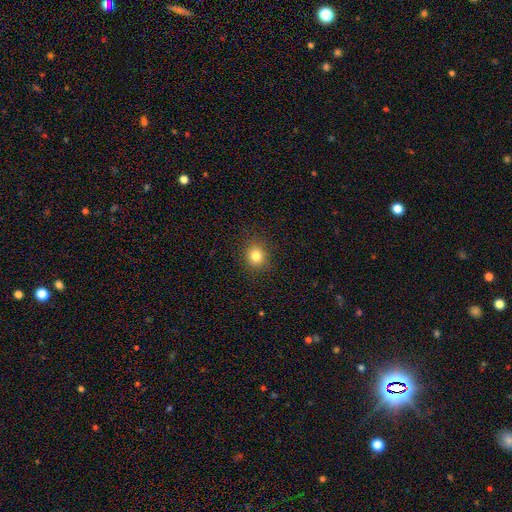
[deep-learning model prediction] smooth_or_featured: smooth (p=0.81) [alt: star or artifact p=0.12]
how_rounded: round (p=0.74) [alt: in between p=0.25]
merging: none (p=0.89) [alt: minor disturbance p=0.08]